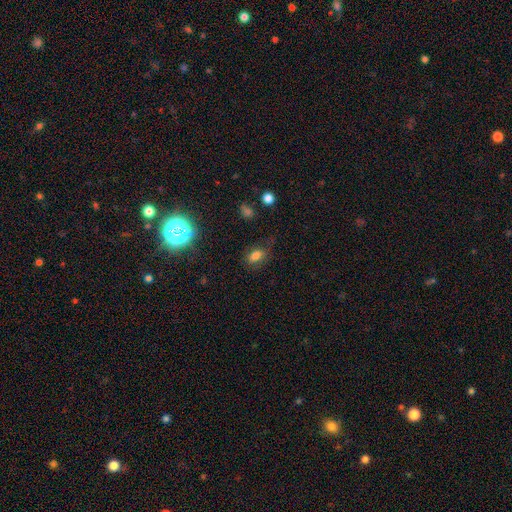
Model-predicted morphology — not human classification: Smooth or featured?
  - smooth: 73% *
  - star or artifact: 17%
  - featured or disk: 10%
How rounded?
  - in between: 82% *
  - round: 16%
  - cigar-shaped: 2%
Merging?
  - none: 69% *
  - minor disturbance: 20%
  - major disturbance: 9%
  - merger: 2%